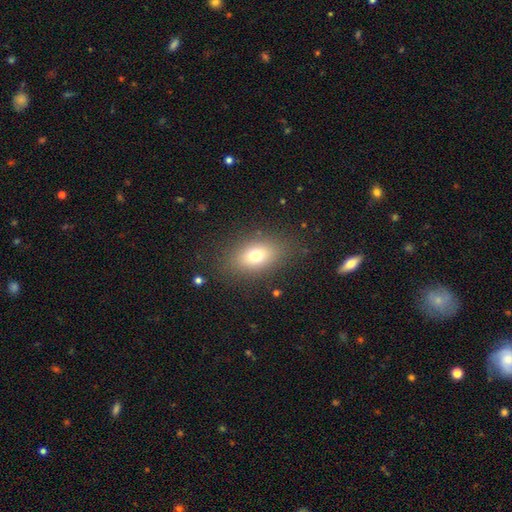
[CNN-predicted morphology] A smooth galaxy with no disk features (73%) that is in between round and cigar-shaped (80%). Merging: none (84%).